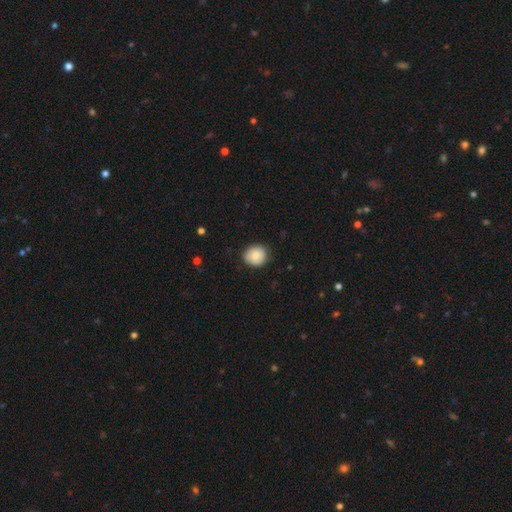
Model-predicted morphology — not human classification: A smooth galaxy with no disk features (79%) that is round (83%).

Vote fractions:
- Smooth or featured? smooth: 79% / featured or disk: 13% / star or artifact: 7%
- How rounded? round: 83% / in between: 16% / cigar-shaped: 1%
- Merging? none: 83% / minor disturbance: 14% / major disturbance: 3% / merger: 1%